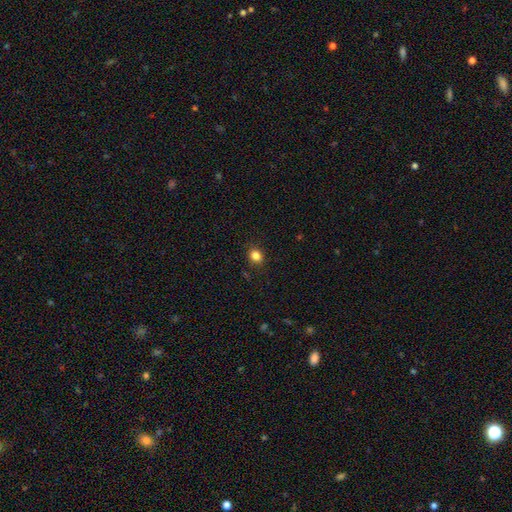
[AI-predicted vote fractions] smooth_or_featured: smooth (p=0.84) [alt: star or artifact p=0.12]
how_rounded: round (p=0.67) [alt: in between p=0.32]
merging: none (p=0.89) [alt: minor disturbance p=0.08]